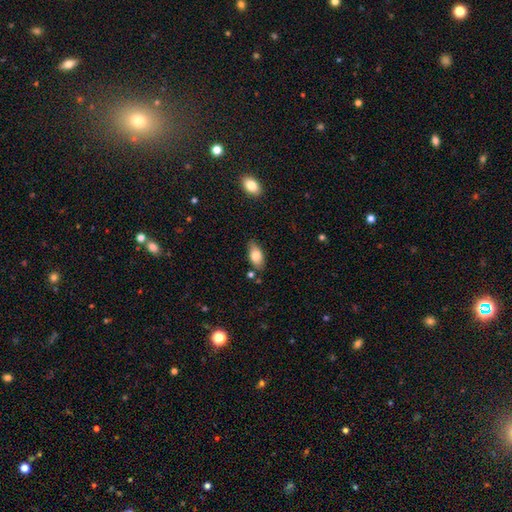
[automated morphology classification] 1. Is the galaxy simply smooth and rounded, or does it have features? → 79% smooth, 14% featured or disk, 7% star or artifact.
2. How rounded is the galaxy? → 90% in between, 6% cigar-shaped, 4% round.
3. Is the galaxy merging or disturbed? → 78% none, 16% minor disturbance, 4% merger, 3% major disturbance.